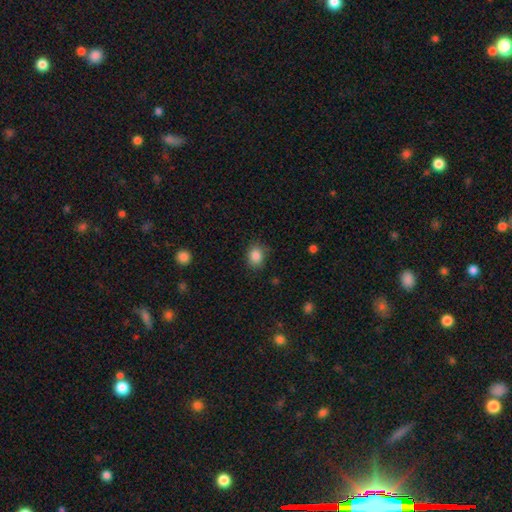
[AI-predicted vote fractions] This is clearly a smooth galaxy (85%). How rounded: possibly round (58%). Merging: likely none (79%).